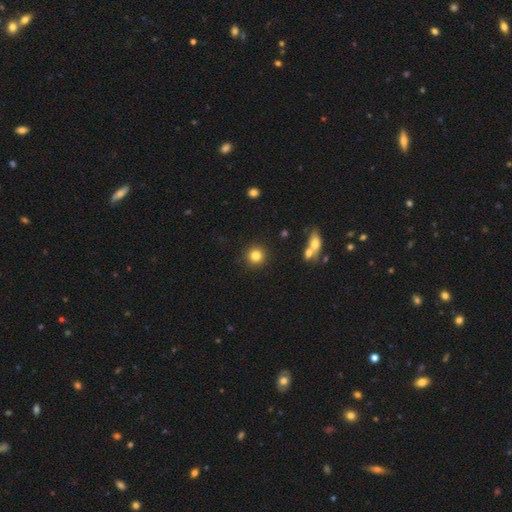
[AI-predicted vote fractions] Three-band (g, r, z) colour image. It shows a smooth galaxy with no disk features (82%) that is round (93%). Merging: none (89%).